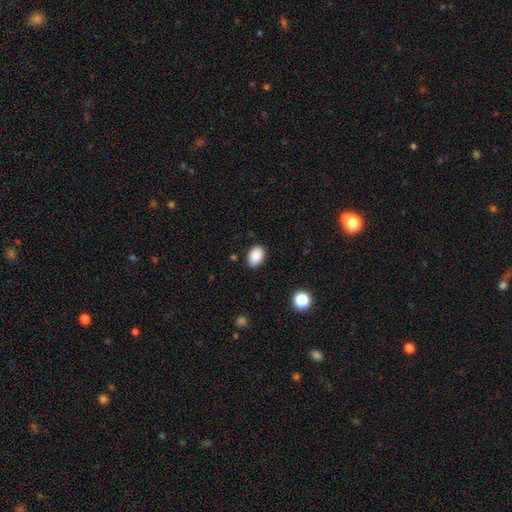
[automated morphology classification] A smooth galaxy with no disk features (89%) that is in between round and cigar-shaped (82%). Merging: none (87%).